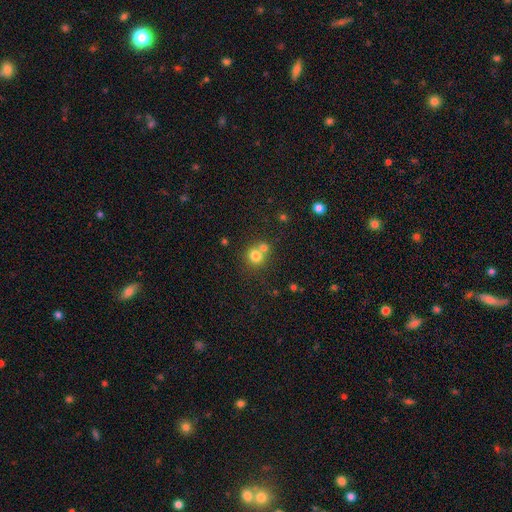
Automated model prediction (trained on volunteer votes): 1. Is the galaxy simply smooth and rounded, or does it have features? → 76% smooth, 13% star or artifact, 11% featured or disk.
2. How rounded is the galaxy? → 85% round, 14% in between, 1% cigar-shaped.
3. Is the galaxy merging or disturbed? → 46% none, 44% merger, 7% minor disturbance, 3% major disturbance.